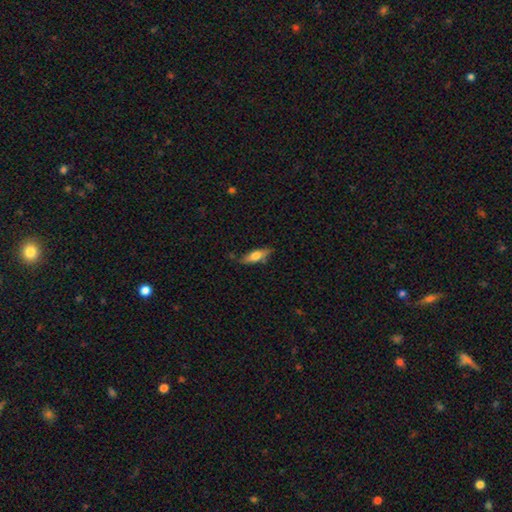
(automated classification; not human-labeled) smooth 66%, featured or disk 28%, star or artifact 6%. Down the decision tree: how rounded — in between (53%); merging — none (73%).